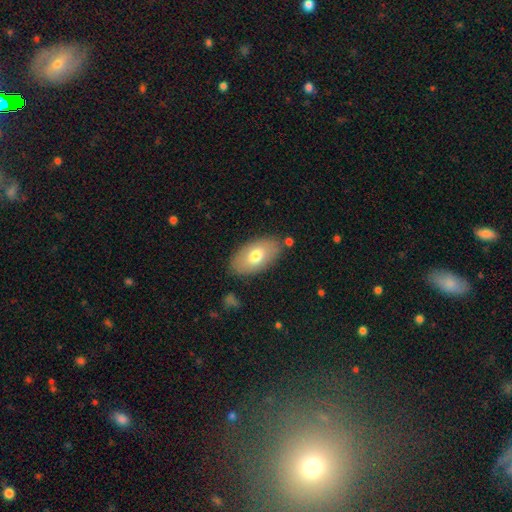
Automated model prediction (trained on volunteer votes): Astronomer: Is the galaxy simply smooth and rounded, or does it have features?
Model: smooth — 71%.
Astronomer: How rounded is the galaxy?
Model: in between — 94%.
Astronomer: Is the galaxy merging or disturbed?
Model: none — 81%.